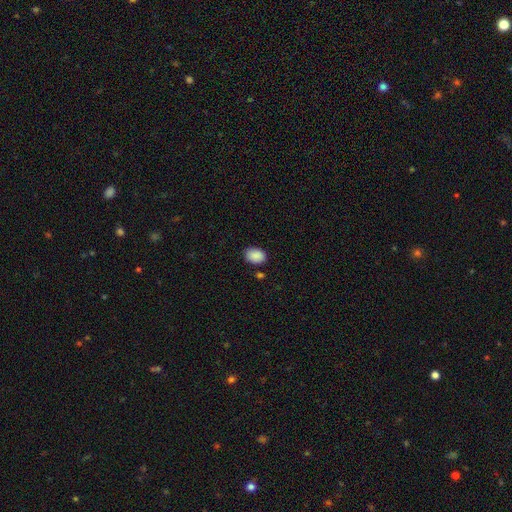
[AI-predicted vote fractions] smooth 89%, star or artifact 7%, featured or disk 3%. Down the decision tree: how rounded — in between (80%); merging — none (80%).